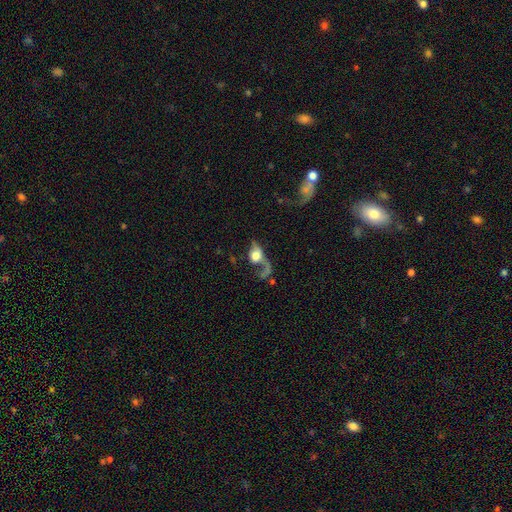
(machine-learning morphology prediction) Overall: featured or disk (46%; smooth 44%). Merging: major disturbance (55%; none 20%).